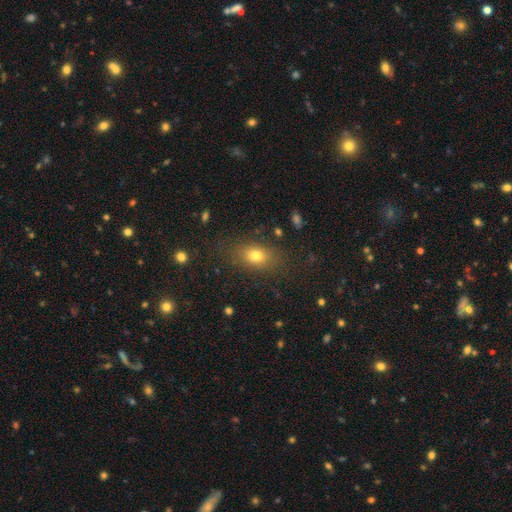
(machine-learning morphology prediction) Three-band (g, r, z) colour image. It shows a smooth galaxy with no disk features (75%) that is in between round and cigar-shaped (76%). Merging: none (80%).